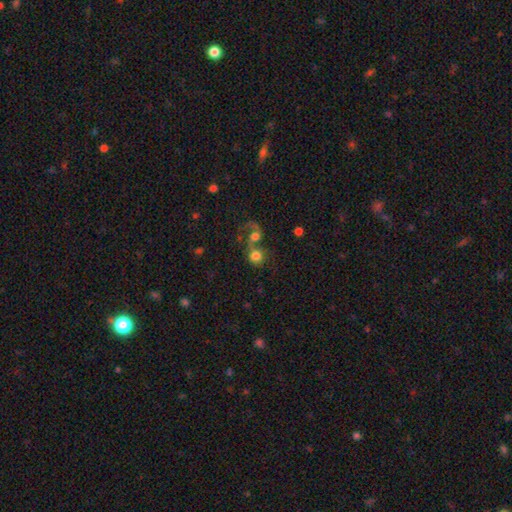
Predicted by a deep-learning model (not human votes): A smooth galaxy with no disk features (63%) that is round (82%). Merging: merger (67%).